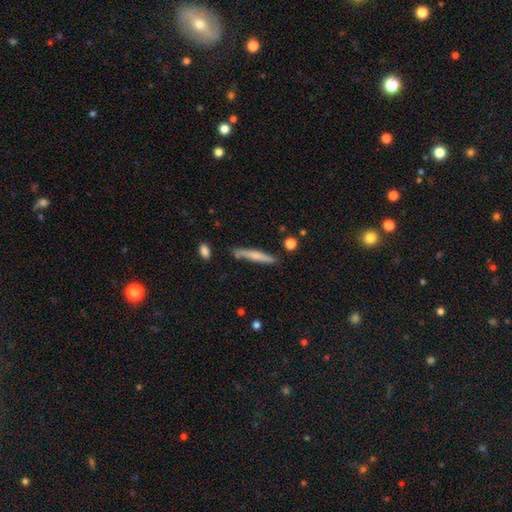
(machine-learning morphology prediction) smooth-or-featured: smooth: 55% | featured or disk: 40% | star or artifact: 6%
  how-rounded: cigar-shaped: 94% | in between: 5% | round: 2%
  merging: none: 81% | minor disturbance: 13% | merger: 3% | major disturbance: 2%